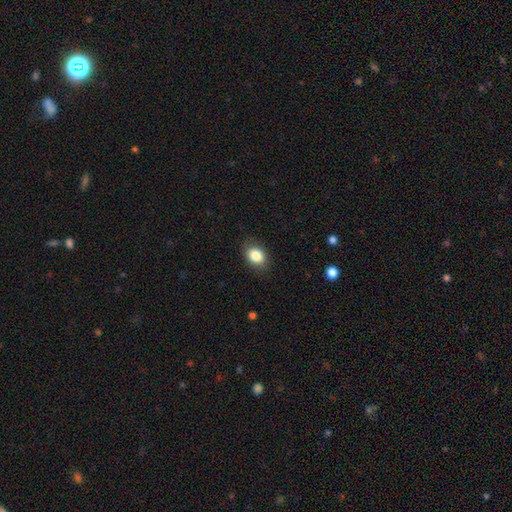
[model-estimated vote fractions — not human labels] Q: Smooth or featured?
A: smooth (85%); runner-up: star or artifact (9%)
Q: How rounded?
A: in between (65%); runner-up: round (34%)
Q: Merging?
A: none (84%); runner-up: minor disturbance (12%)